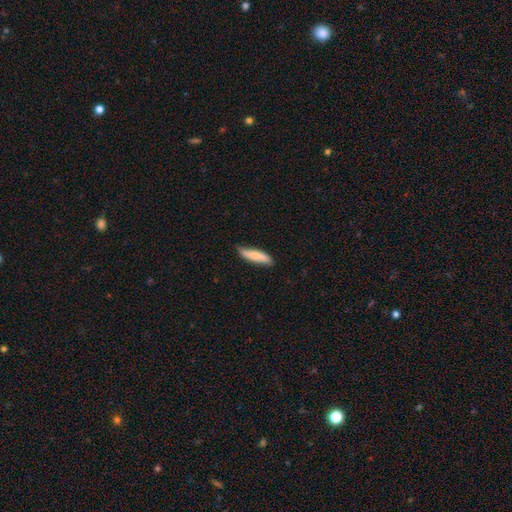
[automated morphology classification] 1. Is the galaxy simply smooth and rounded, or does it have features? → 75% smooth, 20% featured or disk, 5% star or artifact.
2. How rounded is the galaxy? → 74% cigar-shaped, 24% in between, 2% round.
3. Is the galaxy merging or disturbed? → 73% none, 23% minor disturbance, 3% major disturbance, 1% merger.